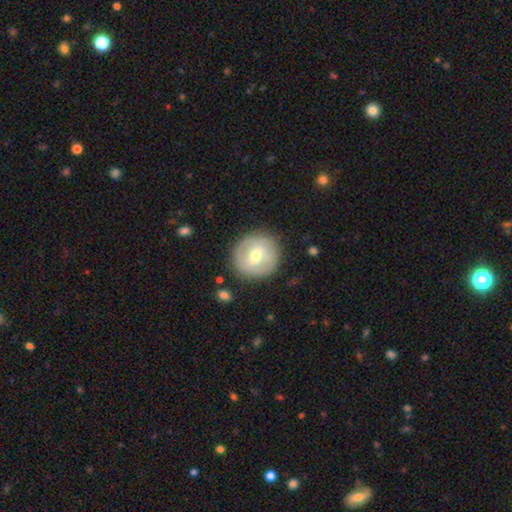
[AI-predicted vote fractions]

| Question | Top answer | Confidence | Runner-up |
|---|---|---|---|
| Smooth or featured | featured or disk | 49% | smooth (44%) |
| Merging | none | 85% | minor disturbance (10%) |